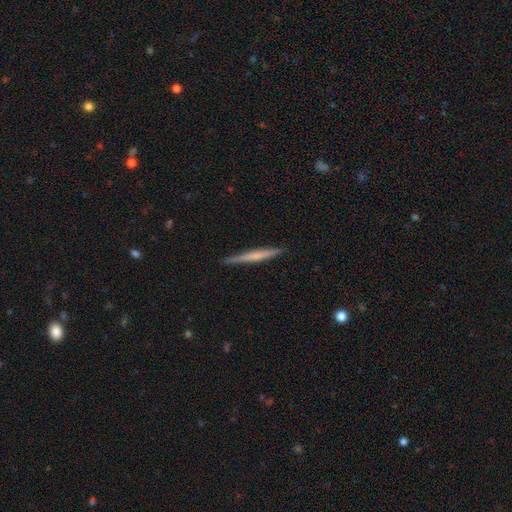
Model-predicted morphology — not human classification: This appears to be a featured or disk galaxy (51%) viewed edge-on (97%). Merging: none (90%).